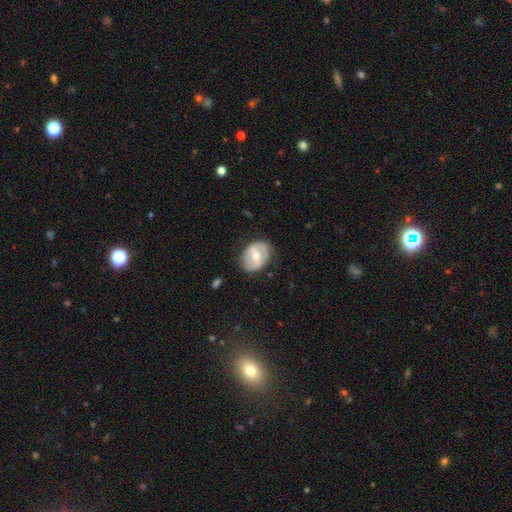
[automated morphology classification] Smooth or featured? Predicted: featured or disk (p=0.58). Edge-on disk? Predicted: no (p=0.95). Bar? Predicted: weak (p=0.42). Spiral arms? Predicted: no (p=0.58). Bulge size? Predicted: moderate (p=0.73). Merging? Predicted: none (p=0.80).